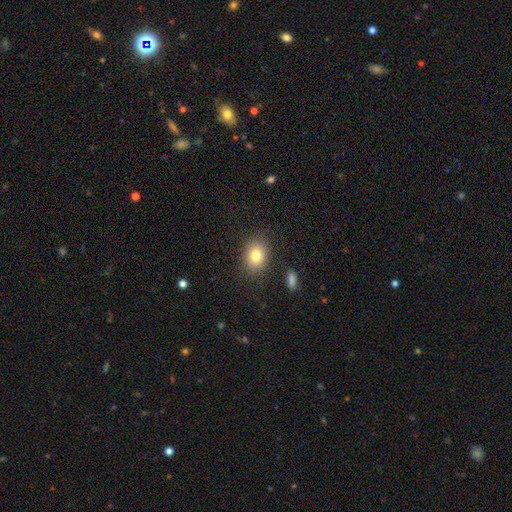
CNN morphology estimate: A smooth galaxy with no disk features (80%) that is in between round and cigar-shaped (64%). Merging: none (84%).